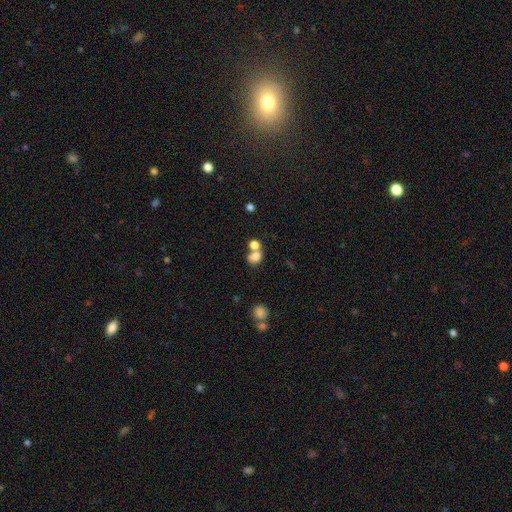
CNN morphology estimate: Smooth or featured? smooth (77%)
How rounded? round (56%)
Merging? merger (48%)